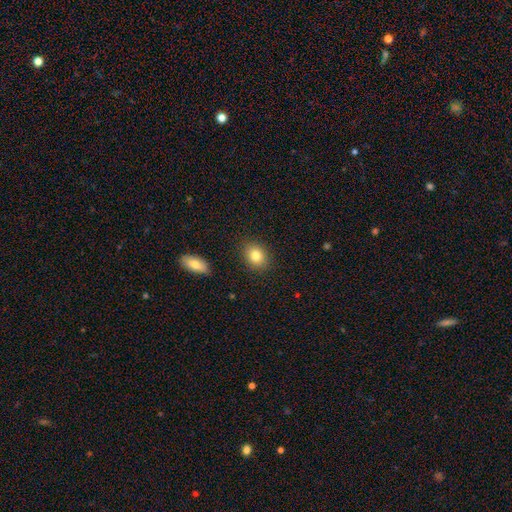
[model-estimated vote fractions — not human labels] This is clearly a smooth galaxy (82%). How rounded: possibly in between (56%). Merging: clearly none (87%).